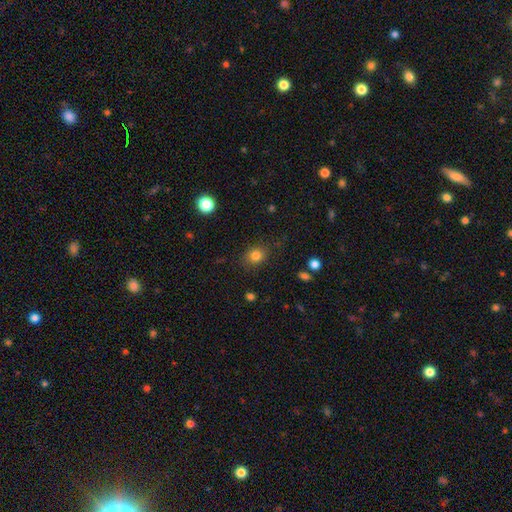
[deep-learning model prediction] This appears to be a smooth galaxy with no disk features (82%) that is round (59%). Merging: none (82%).